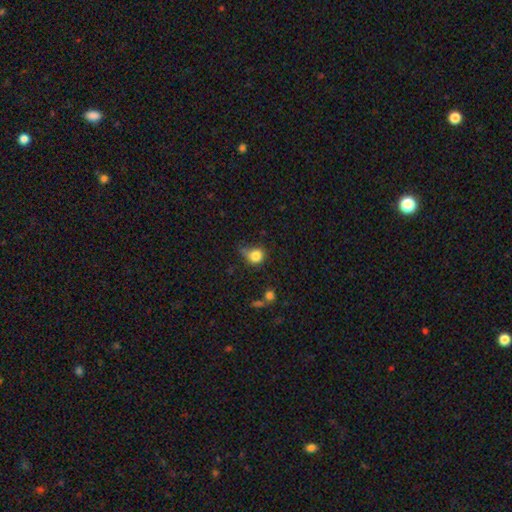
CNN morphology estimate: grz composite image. It shows a smooth galaxy with no disk features (82%) that is round (77%). Merging: none (44%).